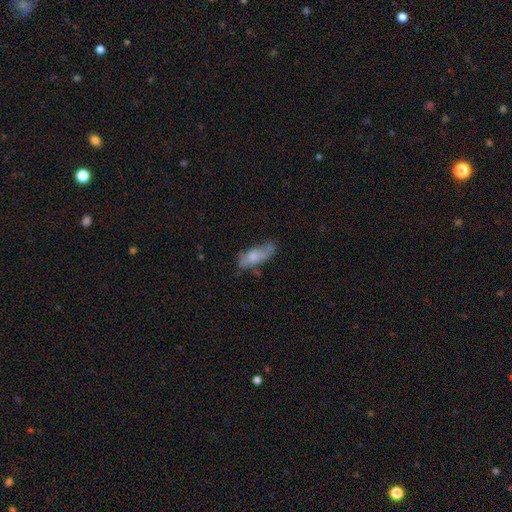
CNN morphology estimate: Smooth or featured?
  - smooth: 62% *
  - featured or disk: 30%
  - star or artifact: 7%
How rounded?
  - in between: 78% *
  - cigar-shaped: 19%
  - round: 3%
Merging?
  - none: 43% *
  - minor disturbance: 33%
  - major disturbance: 17%
  - merger: 6%